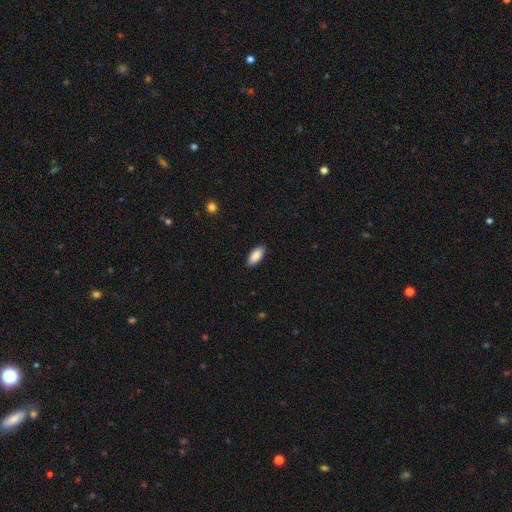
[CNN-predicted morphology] smooth 89%, star or artifact 6%, featured or disk 5%. Down the decision tree: how rounded — in between (90%); merging — none (89%).